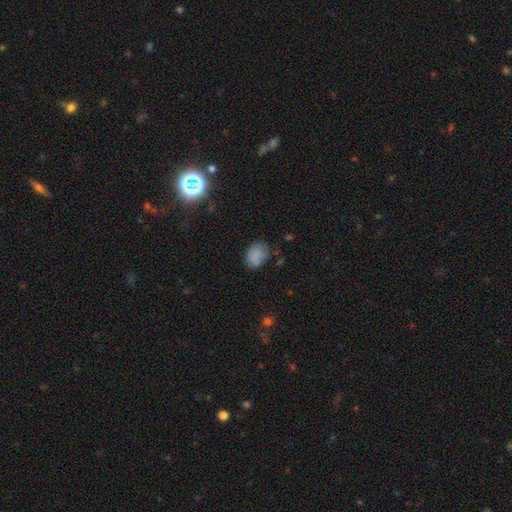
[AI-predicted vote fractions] smooth 79%, star or artifact 11%, featured or disk 10%. Down the decision tree: how rounded — in between (69%); merging — none (66%).